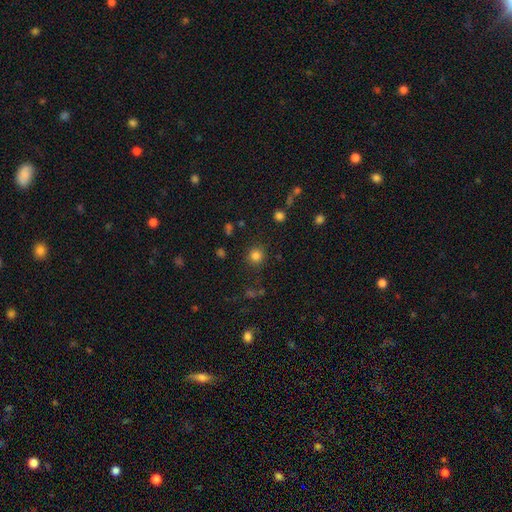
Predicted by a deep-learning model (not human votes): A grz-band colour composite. It shows a smooth galaxy with no disk features (82%) that is round (92%). Merging: none (86%).